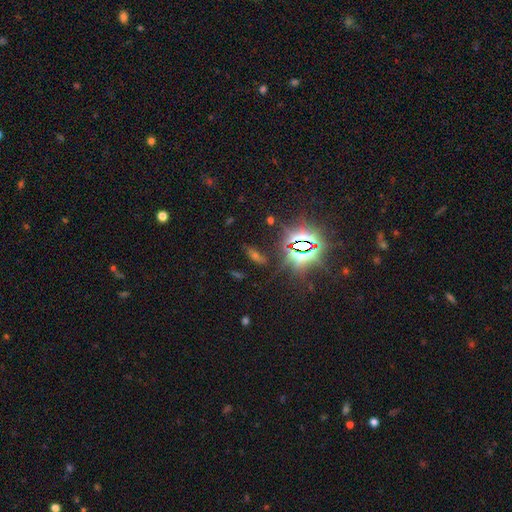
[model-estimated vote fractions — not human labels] star or artifact 57%, smooth 26%, featured or disk 17%.